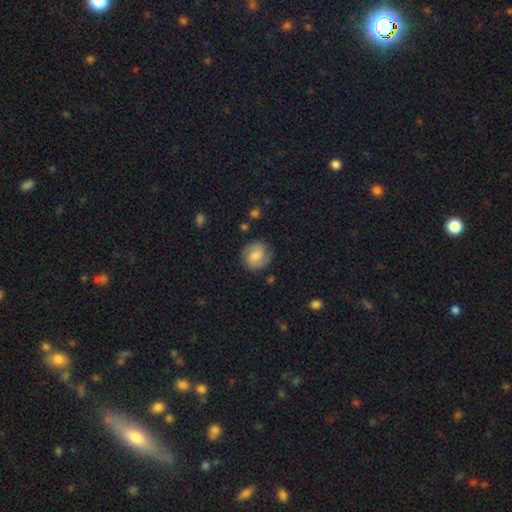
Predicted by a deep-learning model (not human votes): smooth-or-featured: featured or disk: 49% | smooth: 44% | star or artifact: 8%
  merging: none: 82% | minor disturbance: 12% | major disturbance: 4% | merger: 2%